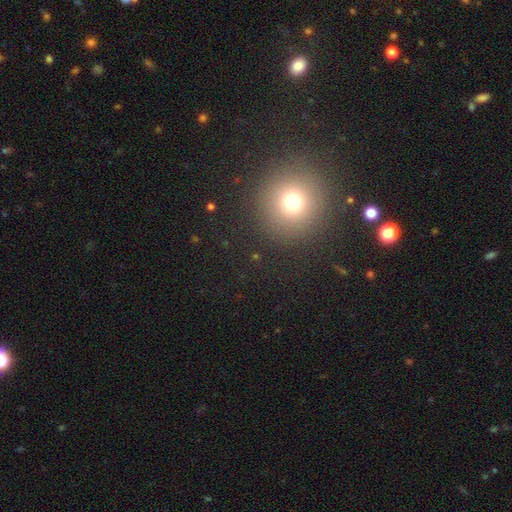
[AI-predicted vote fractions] smooth 63%, star or artifact 30%, featured or disk 7%. Down the decision tree: how rounded — round (94%); merging — none (90%).